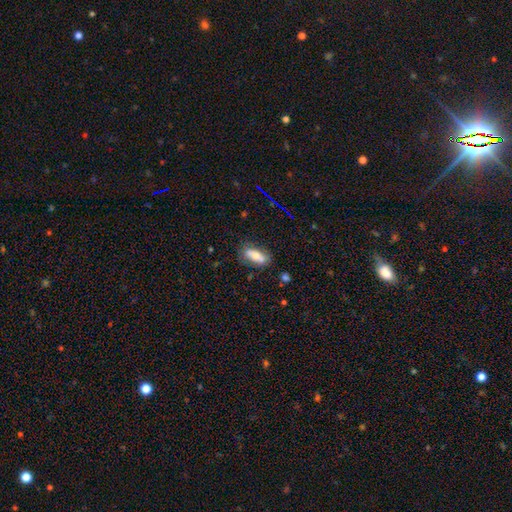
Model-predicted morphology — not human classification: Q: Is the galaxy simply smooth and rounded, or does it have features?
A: smooth — 63%.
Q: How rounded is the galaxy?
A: in between — 78%.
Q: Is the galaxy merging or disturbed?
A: none — 70%.